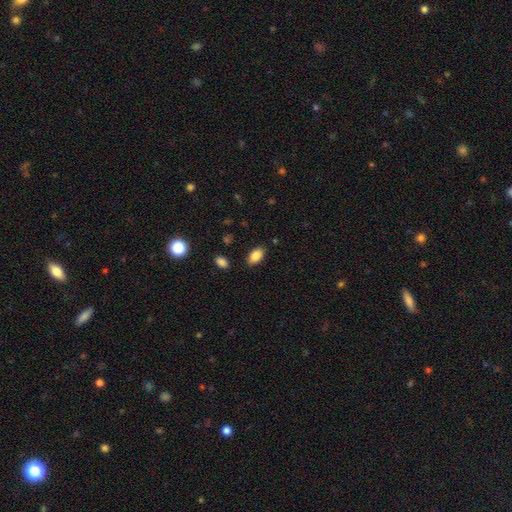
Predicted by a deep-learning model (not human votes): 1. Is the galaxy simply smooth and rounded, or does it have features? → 86% smooth, 8% star or artifact, 6% featured or disk.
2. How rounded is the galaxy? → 92% in between, 5% round, 3% cigar-shaped.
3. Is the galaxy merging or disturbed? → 85% none, 11% minor disturbance, 3% major disturbance, 2% merger.